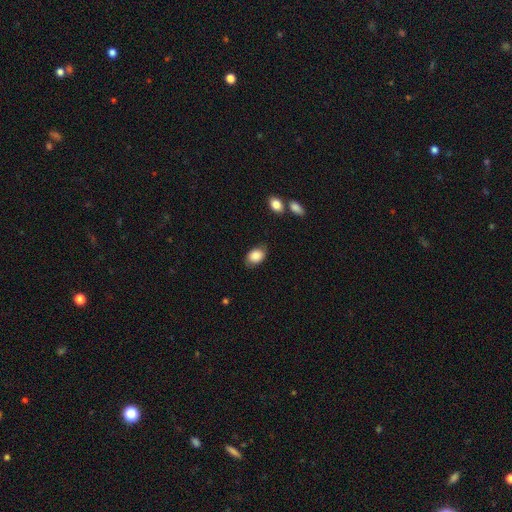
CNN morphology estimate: Smooth or featured? smooth (86%)
How rounded? in between (78%)
Merging? none (76%)